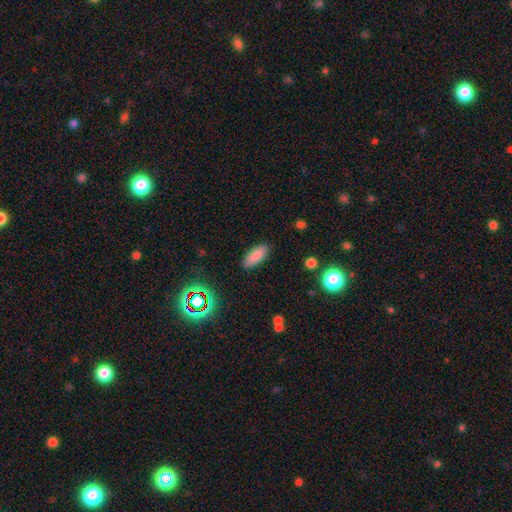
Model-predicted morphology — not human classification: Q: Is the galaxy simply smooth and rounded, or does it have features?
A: smooth — 85%.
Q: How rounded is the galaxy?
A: in between — 77%.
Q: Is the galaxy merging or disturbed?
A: none — 88%.